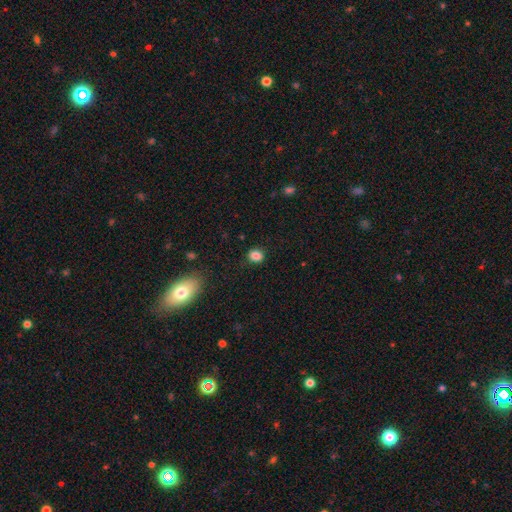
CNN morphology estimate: The model was most divided on "how rounded": round: 61%, in between: 38%, cigar-shaped: 1%. More confident: merging — none (85%); smooth or featured — smooth (85%).